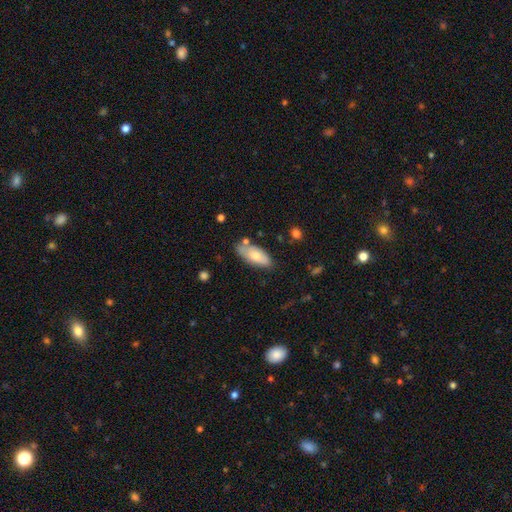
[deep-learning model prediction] Smooth or featured: smooth — 73% (featured or disk — 21%)
How rounded: in between — 85% (cigar-shaped — 13%)
Merging: none — 69% (minor disturbance — 20%)